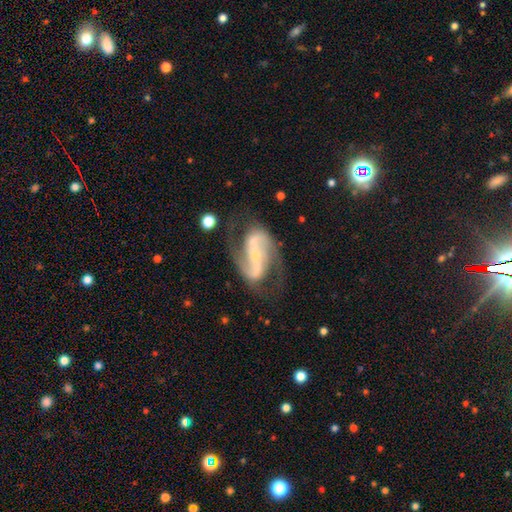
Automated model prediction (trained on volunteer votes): smooth-or-featured: featured or disk: 90% | star or artifact: 5% | smooth: 5%
  disk-edge-on: no: 96% | yes: 4%
    bar: strong: 56% | weak: 26% | no: 18%
    has-spiral-arms: yes: 97% | no: 3%
      spiral-winding: medium: 49% | loose: 34% | tight: 17%
      spiral-arm-count: 2: 93% | can't tell: 3% | 1: 1% | 3: 1% | 4: 1% | more than 4: 1%
    bulge-size: small: 72% | moderate: 22% | none: 3% | large: 2% | dominant: 1%
  merging: none: 70% | minor disturbance: 17% | major disturbance: 10% | merger: 3%